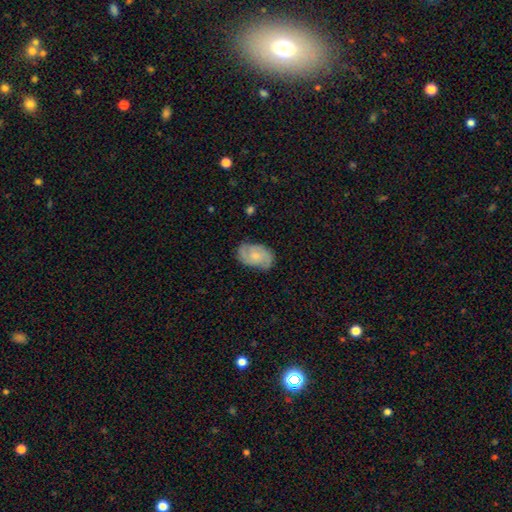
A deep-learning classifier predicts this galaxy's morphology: type=featured or disk (60%); edge-on=no (96%); bar=no (71%); spiral arms=yes (89%); winding=medium (45%); arm count=2 (64%); bulge=small (49%); merging=none (73%).